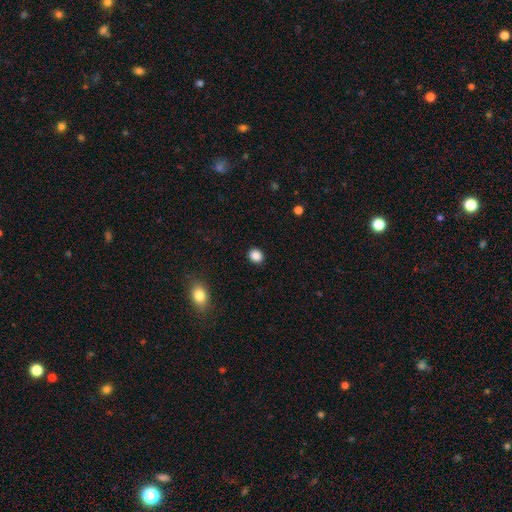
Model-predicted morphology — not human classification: This appears to be a smooth galaxy with no disk features (87%) that is round (71%). Merging: none (91%).